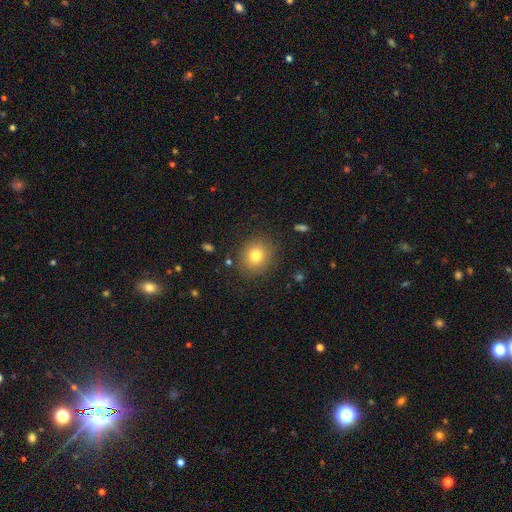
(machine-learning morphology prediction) type=smooth (77%); roundness=round (81%); merging=none (86%).